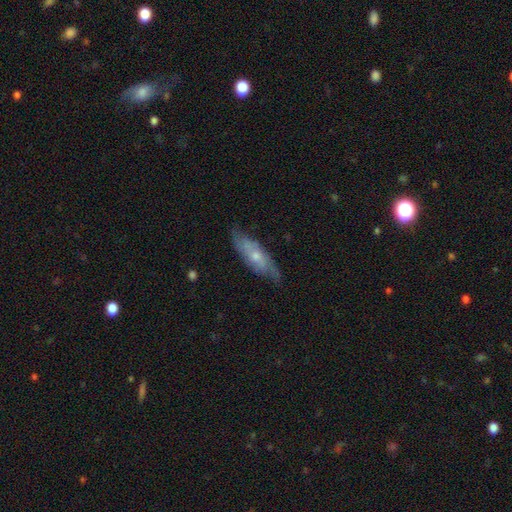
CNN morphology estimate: Q: Smooth or featured?
A: featured or disk (58%); runner-up: smooth (36%)
Q: Edge-on disk?
A: no (71%); runner-up: yes (29%)
Q: Merging?
A: none (70%); runner-up: minor disturbance (23%)